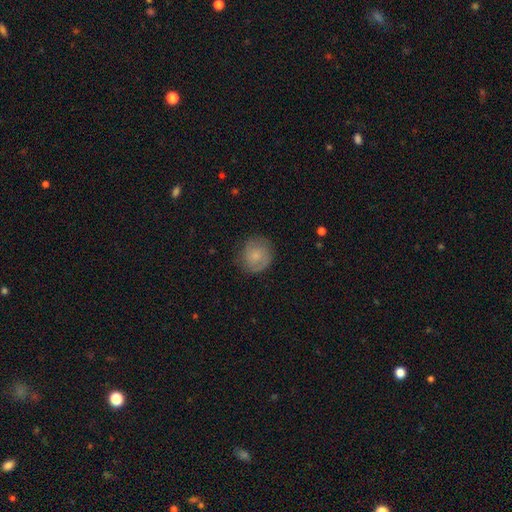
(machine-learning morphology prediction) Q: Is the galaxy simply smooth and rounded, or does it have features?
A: smooth — 60%.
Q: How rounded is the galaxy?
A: round — 85%.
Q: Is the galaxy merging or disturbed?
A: none — 77%.